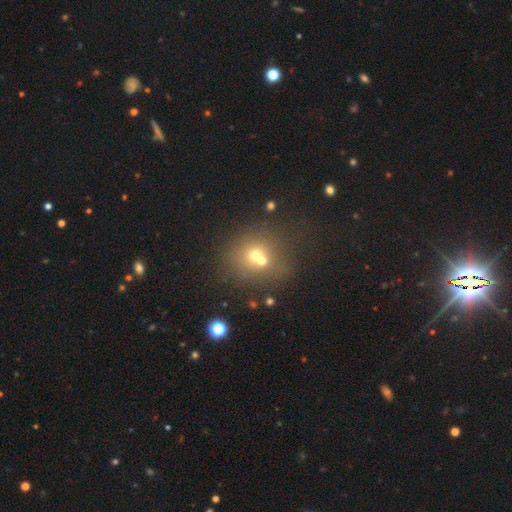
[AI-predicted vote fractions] Morphology: type=smooth (60%); roundness=round (82%); merging=none (46%).